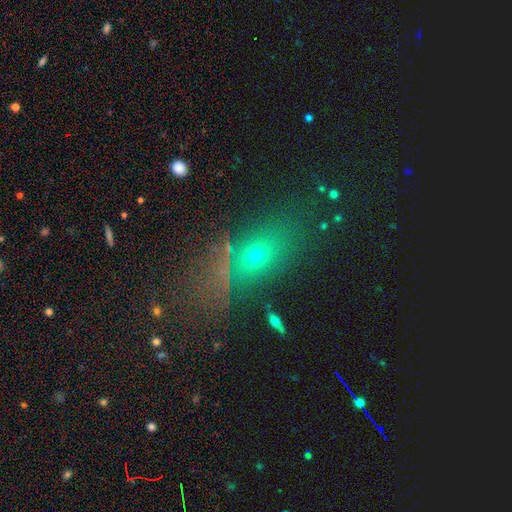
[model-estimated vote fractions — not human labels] smooth_or_featured: smooth (p=0.58) [alt: star or artifact p=0.25]
how_rounded: in between (p=0.71) [alt: round p=0.20]
merging: none (p=0.66) [alt: minor disturbance p=0.15]